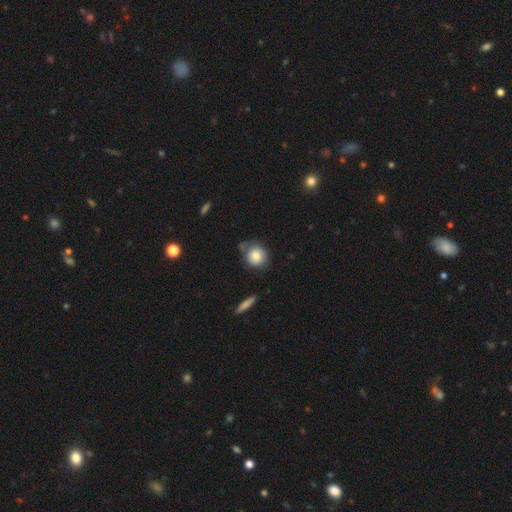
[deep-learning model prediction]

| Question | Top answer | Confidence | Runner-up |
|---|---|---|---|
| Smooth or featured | smooth | 81% | featured or disk (11%) |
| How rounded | round | 83% | in between (16%) |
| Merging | none | 61% | minor disturbance (24%) |